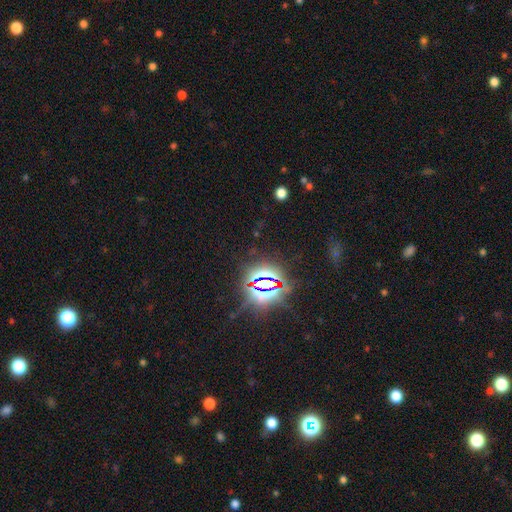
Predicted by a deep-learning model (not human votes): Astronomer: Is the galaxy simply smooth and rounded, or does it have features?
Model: star or artifact — 84%.